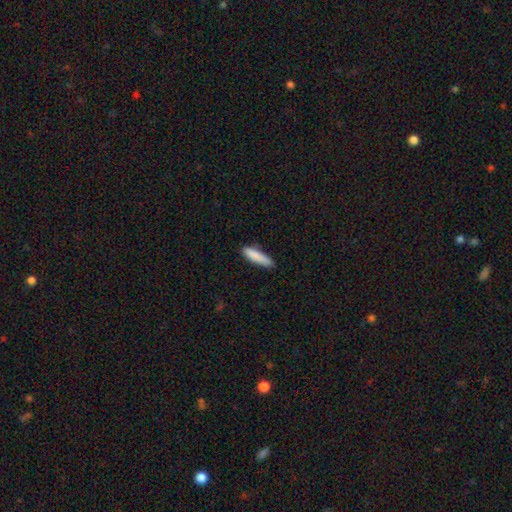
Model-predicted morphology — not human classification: A smooth galaxy with no disk features (86%) that is cigar-shaped (75%).

Vote fractions:
- Smooth or featured? smooth: 86% / featured or disk: 7% / star or artifact: 6%
- How rounded? cigar-shaped: 75% / in between: 24% / round: 1%
- Merging? none: 78% / minor disturbance: 17% / major disturbance: 3% / merger: 2%